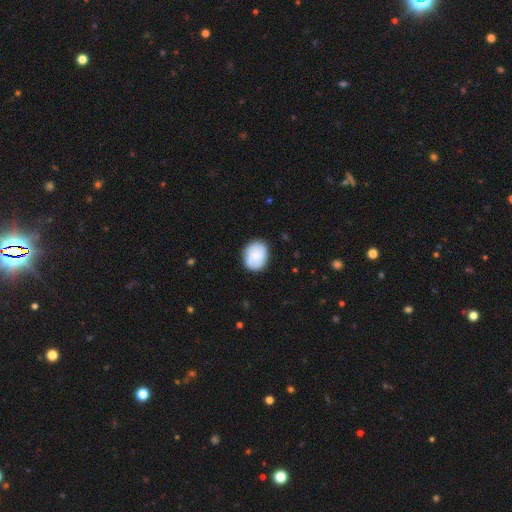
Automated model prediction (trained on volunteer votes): Smooth or featured? Predicted: smooth (p=0.69). How rounded? Predicted: round (p=0.51). Merging? Predicted: none (p=0.82).